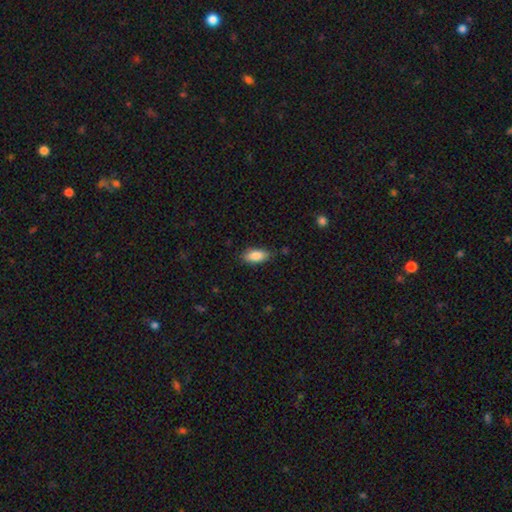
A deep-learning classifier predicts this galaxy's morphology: Smooth or featured: smooth — 86% (featured or disk — 8%)
How rounded: in between — 89% (cigar-shaped — 9%)
Merging: none — 82% (minor disturbance — 14%)